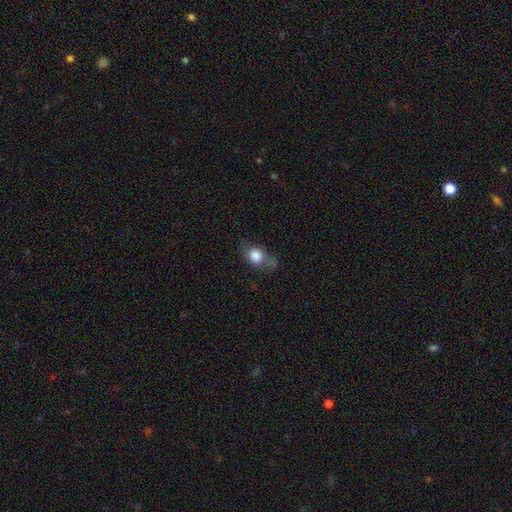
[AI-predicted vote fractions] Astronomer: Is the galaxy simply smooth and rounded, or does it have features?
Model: smooth — 77%.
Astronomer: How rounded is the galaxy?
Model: round — 49% (runner-up: in between, 48%).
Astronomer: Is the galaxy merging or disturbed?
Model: none — 48% (runner-up: minor disturbance, 28%).